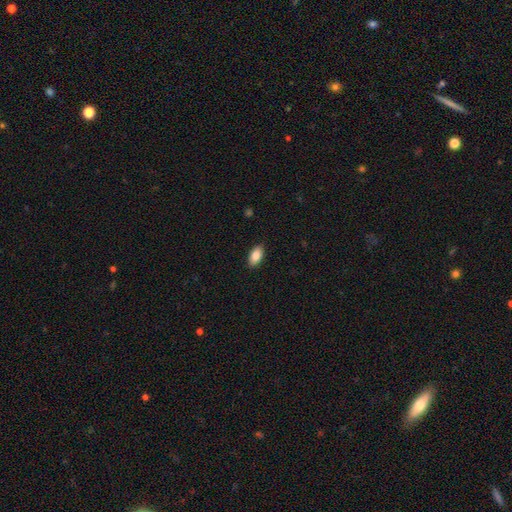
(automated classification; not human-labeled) smooth-or-featured: smooth: 85% | featured or disk: 9% | star or artifact: 7%
  how-rounded: in between: 93% | cigar-shaped: 4% | round: 3%
  merging: none: 89% | minor disturbance: 8% | major disturbance: 2% | merger: 1%